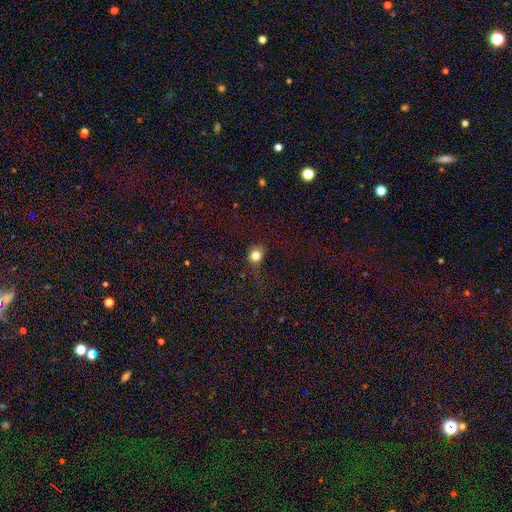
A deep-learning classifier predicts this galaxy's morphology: Smooth or featured? Predicted: smooth (p=0.79). How rounded? Predicted: round (p=0.84). Merging? Predicted: none (p=0.69).